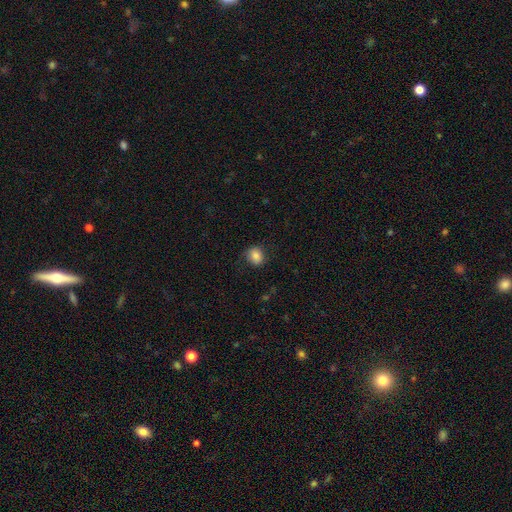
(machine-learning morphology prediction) Q: Smooth or featured?
A: smooth (83%); runner-up: star or artifact (9%)
Q: How rounded?
A: round (66%); runner-up: in between (33%)
Q: Merging?
A: none (78%); runner-up: minor disturbance (16%)